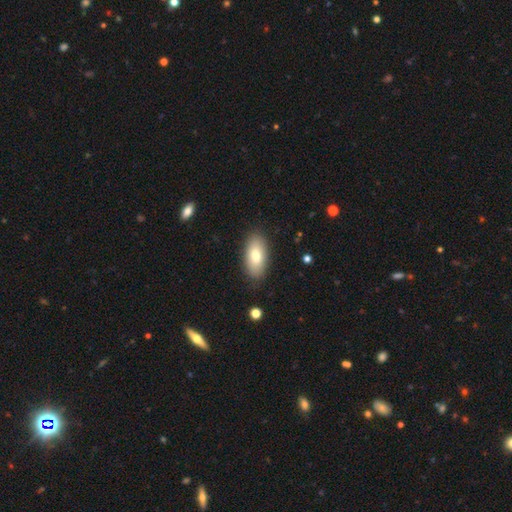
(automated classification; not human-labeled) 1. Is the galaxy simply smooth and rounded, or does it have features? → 77% smooth, 16% featured or disk, 7% star or artifact.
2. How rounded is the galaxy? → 91% in between, 6% cigar-shaped, 3% round.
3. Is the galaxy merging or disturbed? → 86% none, 10% minor disturbance, 2% major disturbance, 1% merger.